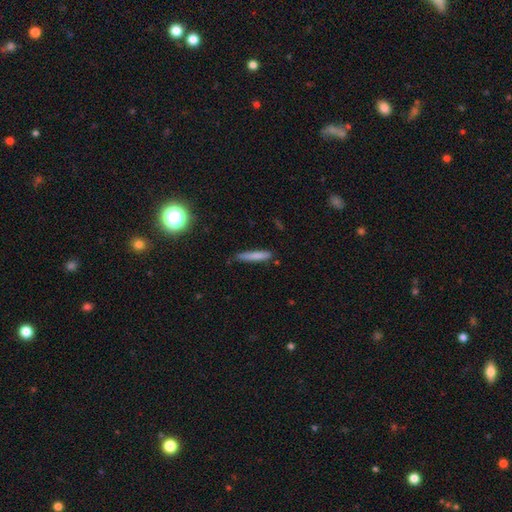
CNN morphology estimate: Smooth or featured? Predicted: smooth (p=0.78). How rounded? Predicted: cigar-shaped (p=0.92). Merging? Predicted: none (p=0.77).